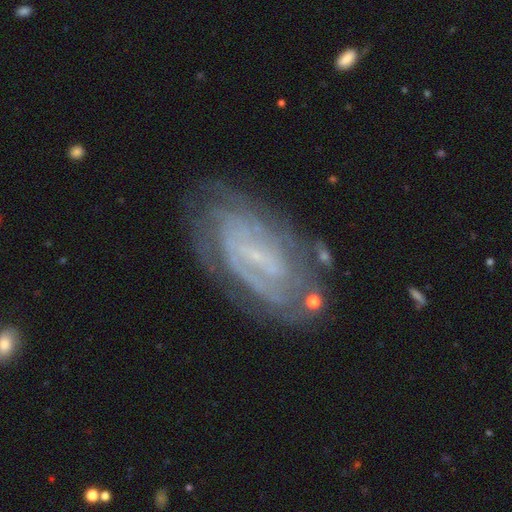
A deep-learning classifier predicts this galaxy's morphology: This is clearly a featured or disk galaxy (81%). It is clearly not viewed edge-on (95%). Bar: marginally weak (44%). Spiral arm pattern: clearly yes (90%). Spiral arm count: marginally can't tell (45%). Spiral winding: likely tight (66%). Central bulge: likely small (67%). Merging: likely none (70%).